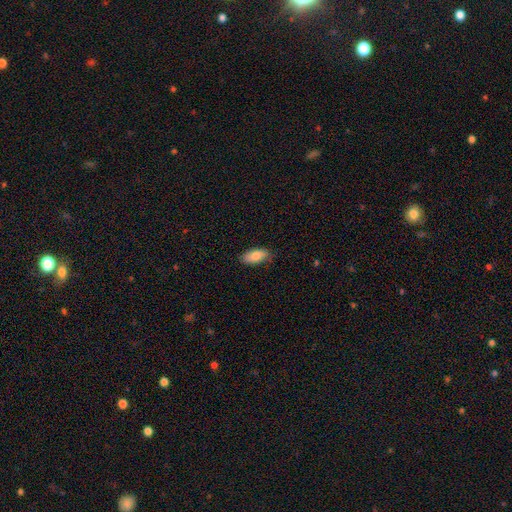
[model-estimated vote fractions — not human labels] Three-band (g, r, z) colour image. It shows a smooth galaxy with no disk features (81%) that is in between round and cigar-shaped (88%). Merging: none (81%).